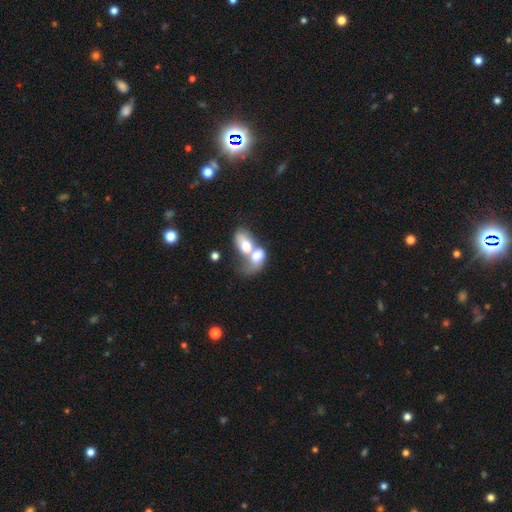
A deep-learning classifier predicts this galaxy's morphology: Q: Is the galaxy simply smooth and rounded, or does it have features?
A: smooth — 64%.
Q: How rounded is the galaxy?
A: in between — 83%.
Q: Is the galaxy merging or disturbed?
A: merger — 82%.